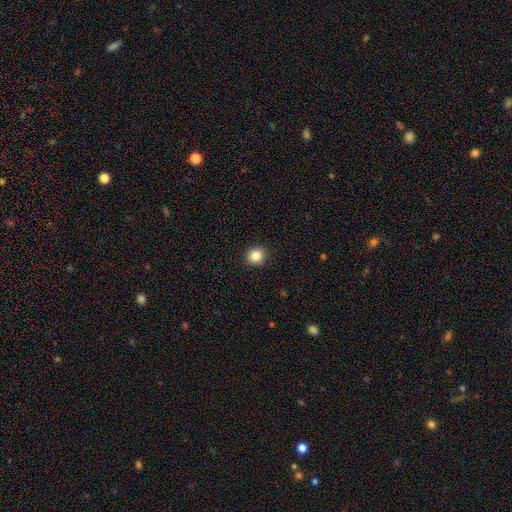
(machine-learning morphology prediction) smooth-or-featured: smooth: 85% | star or artifact: 10% | featured or disk: 4%
  how-rounded: round: 91% | in between: 8% | cigar-shaped: 1%
  merging: none: 92% | minor disturbance: 5% | major disturbance: 2% | merger: 1%